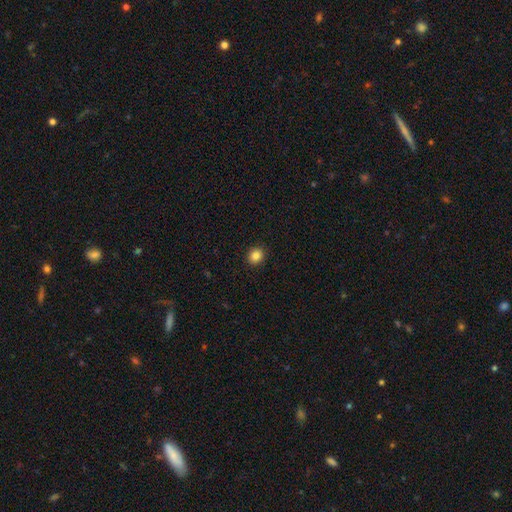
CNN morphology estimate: smooth 85%, star or artifact 11%, featured or disk 5%. Down the decision tree: how rounded — round (79%); merging — none (91%).